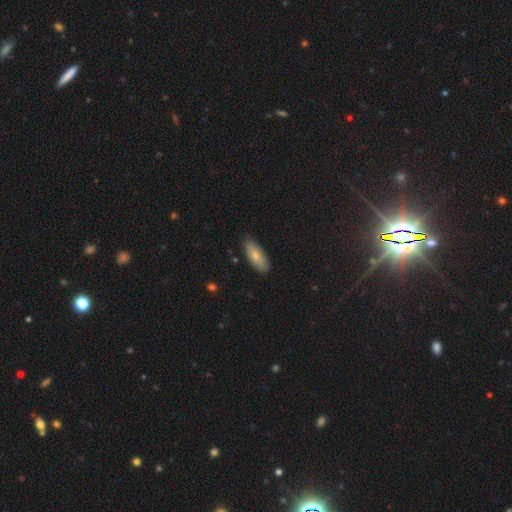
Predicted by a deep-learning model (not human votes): smooth-or-featured: smooth: 78% | featured or disk: 16% | star or artifact: 6%
  how-rounded: in between: 75% | cigar-shaped: 23% | round: 2%
  merging: none: 83% | minor disturbance: 14% | major disturbance: 2% | merger: 1%